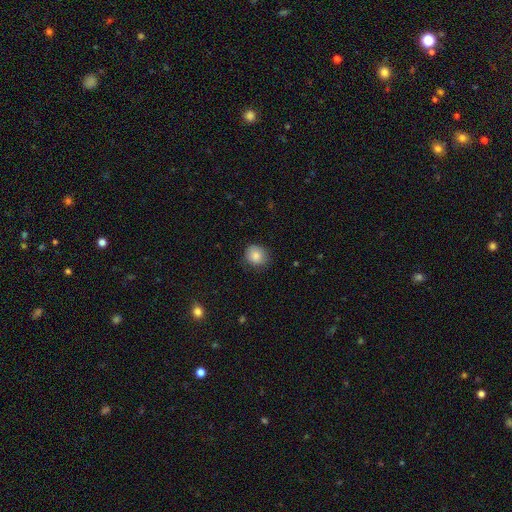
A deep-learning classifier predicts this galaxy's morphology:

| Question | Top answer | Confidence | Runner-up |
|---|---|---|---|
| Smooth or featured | smooth | 85% | star or artifact (8%) |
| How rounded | round | 77% | in between (22%) |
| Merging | none | 79% | minor disturbance (17%) |